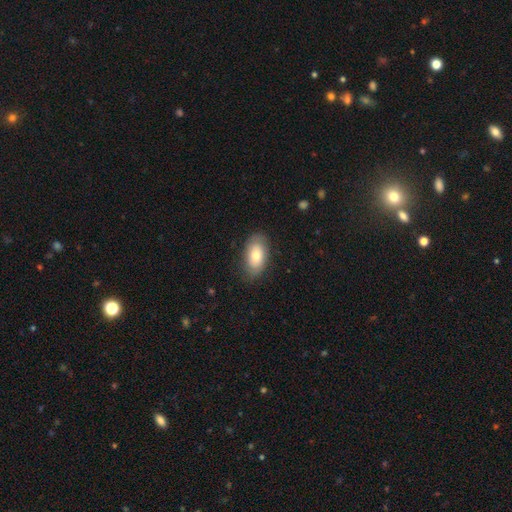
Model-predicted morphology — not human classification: This appears to be a smooth galaxy with no disk features (73%) that is in between round and cigar-shaped (93%). Merging: none (80%).